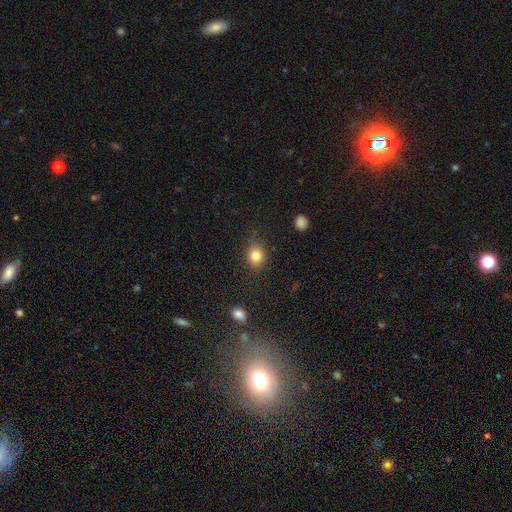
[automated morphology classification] This appears to be a smooth galaxy with no disk features (81%) that is round (69%). Merging: none (82%).